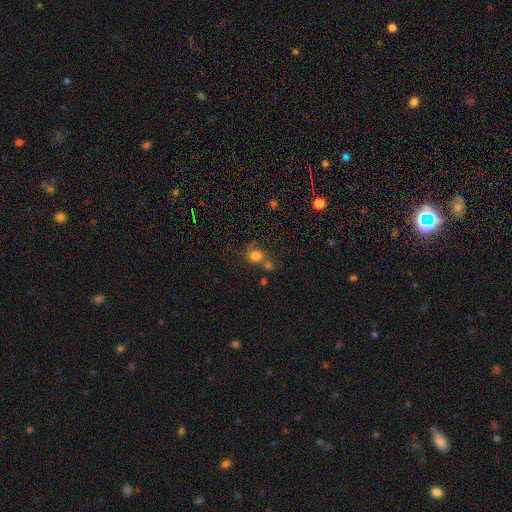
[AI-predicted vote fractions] Smooth or featured?
  - smooth: 74% *
  - star or artifact: 13%
  - featured or disk: 12%
How rounded?
  - round: 74% *
  - in between: 25%
  - cigar-shaped: 1%
Merging?
  - none: 48% *
  - merger: 24%
  - minor disturbance: 17%
  - major disturbance: 12%